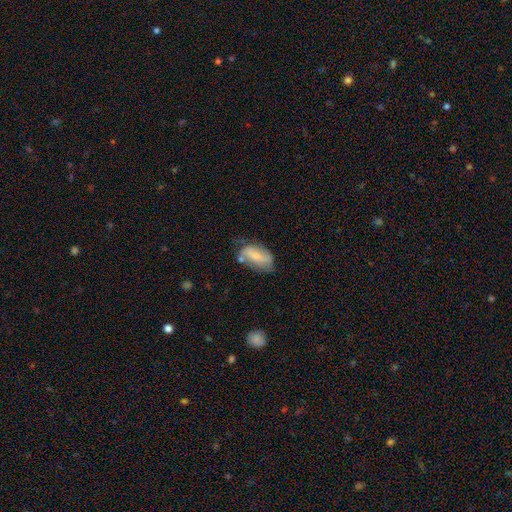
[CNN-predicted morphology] Smooth or featured? smooth (60%)
How rounded? in between (90%)
Merging? none (48%)